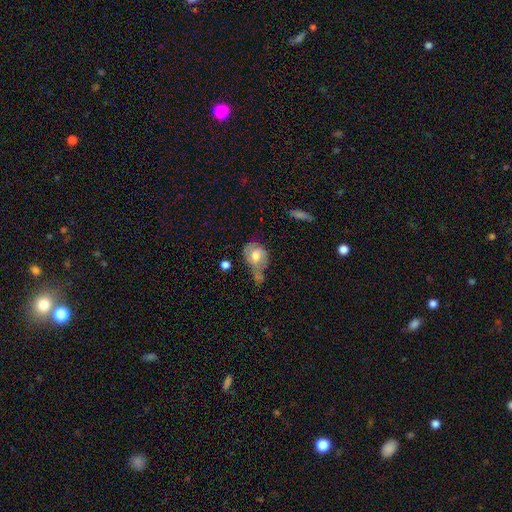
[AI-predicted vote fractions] Smooth or featured? smooth (58%)
How rounded? in between (61%)
Merging? none (30%)